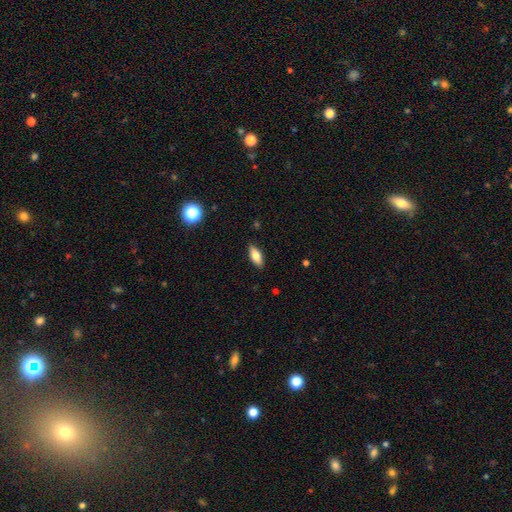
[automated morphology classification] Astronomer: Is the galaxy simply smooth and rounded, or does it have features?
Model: smooth — 76%.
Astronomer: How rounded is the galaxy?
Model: in between — 78%.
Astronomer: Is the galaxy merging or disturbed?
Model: none — 88%.